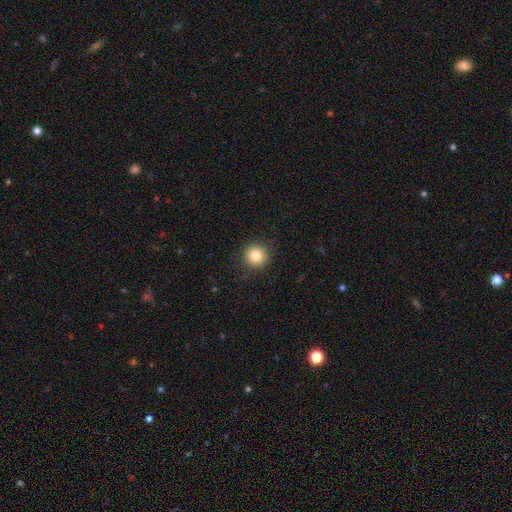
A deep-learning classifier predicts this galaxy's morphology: This appears to be a smooth galaxy with no disk features (83%) that is round (94%). Merging: none (91%).